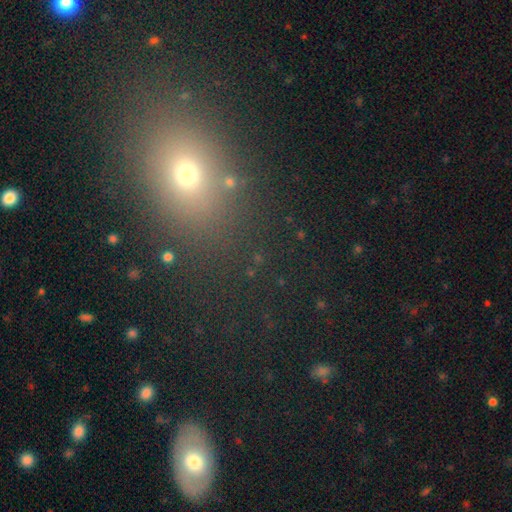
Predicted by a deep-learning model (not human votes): Smooth or featured?
  - smooth: 56% *
  - star or artifact: 34%
  - featured or disk: 10%
How rounded?
  - in between: 49% *
  - round: 48%
  - cigar-shaped: 3%
Merging?
  - none: 82% *
  - minor disturbance: 9%
  - major disturbance: 4%
  - merger: 4%